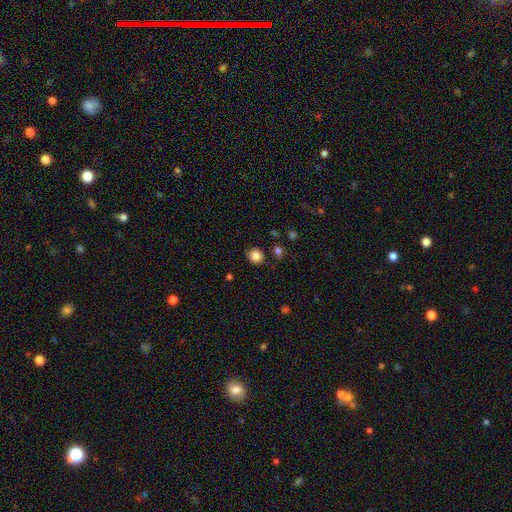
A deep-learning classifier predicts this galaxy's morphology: Smooth or featured? smooth (84%)
How rounded? round (85%)
Merging? none (87%)